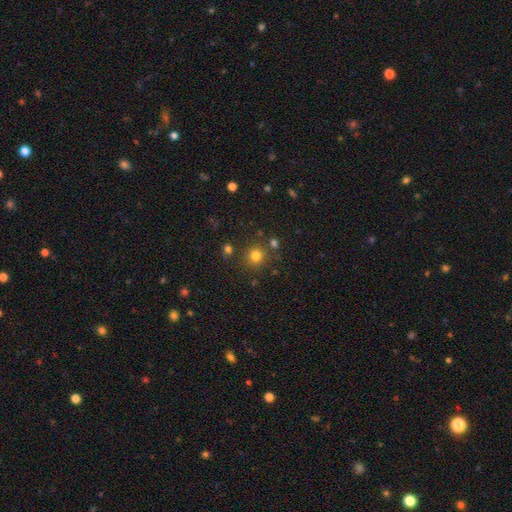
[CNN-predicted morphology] This is likely a smooth galaxy (78%). How rounded: clearly round (90%). Merging: clearly none (80%).